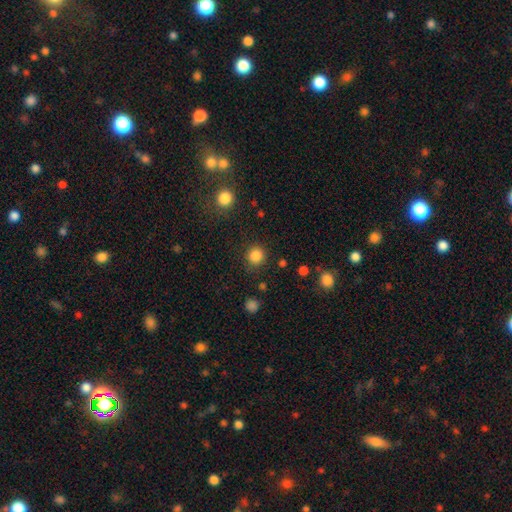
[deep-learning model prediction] smooth-or-featured: smooth: 86% | star or artifact: 11% | featured or disk: 3%
  how-rounded: round: 92% | in between: 7% | cigar-shaped: 1%
  merging: none: 87% | minor disturbance: 8% | major disturbance: 3% | merger: 2%